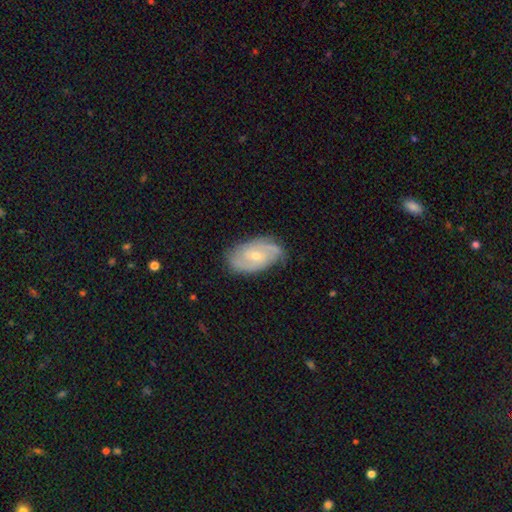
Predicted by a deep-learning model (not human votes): featured or disk 80%, smooth 14%, star or artifact 5%. Down the decision tree: edge-on disk — no (95%); bar — no (60%); spiral arms — yes (94%); spiral arm count — 2 (56%); spiral winding — tight (51%); bulge size — small (56%); merging — none (77%).